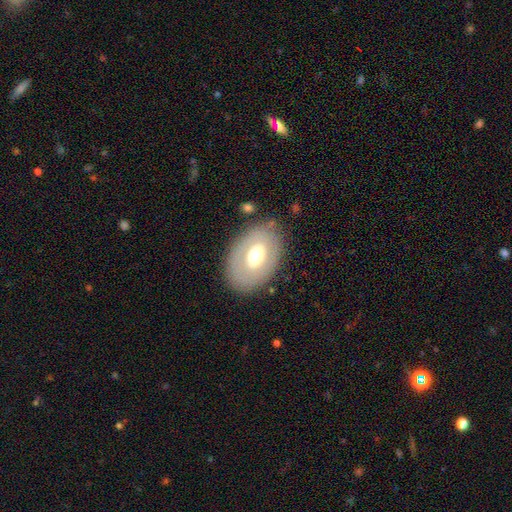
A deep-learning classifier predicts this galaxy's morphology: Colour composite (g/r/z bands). It shows a smooth galaxy with no disk features (49%). Merging: none (80%).